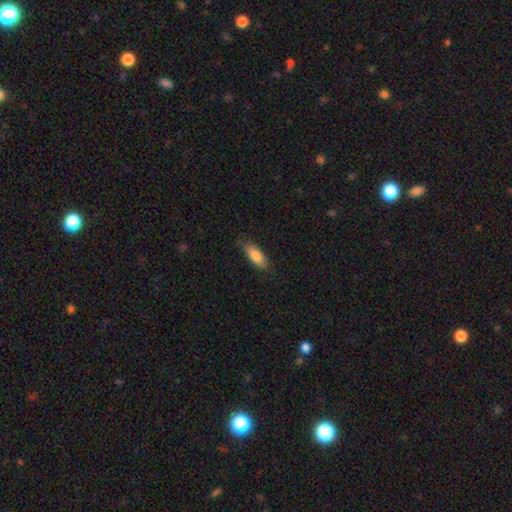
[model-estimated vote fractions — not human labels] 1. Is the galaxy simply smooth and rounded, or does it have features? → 81% smooth, 13% featured or disk, 6% star or artifact.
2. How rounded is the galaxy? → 67% in between, 31% cigar-shaped, 2% round.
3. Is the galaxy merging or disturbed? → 79% none, 17% minor disturbance, 3% major disturbance, 1% merger.